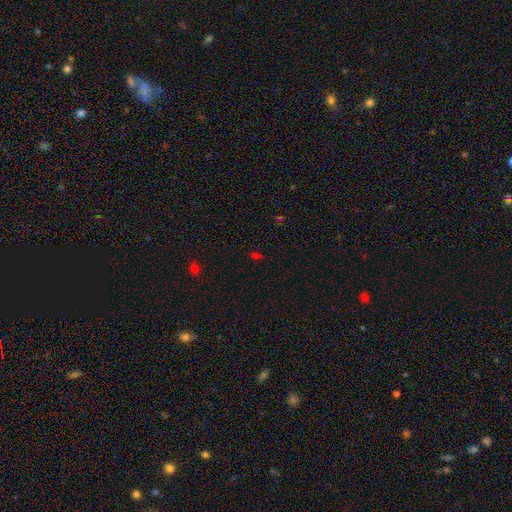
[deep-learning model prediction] smooth_or_featured: star or artifact (p=0.50) [alt: smooth p=0.42]